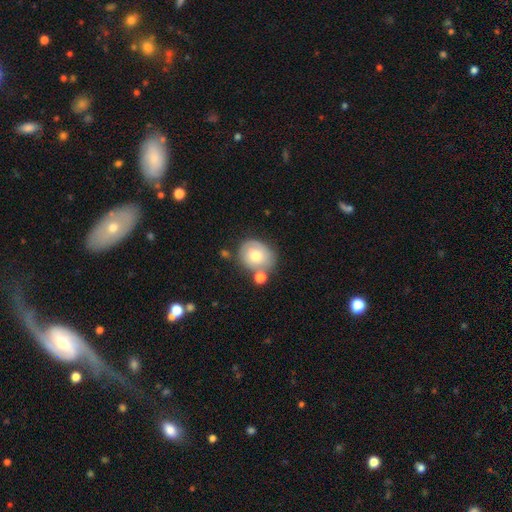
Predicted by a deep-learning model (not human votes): This appears to be a smooth galaxy with no disk features (56%) that is round (65%). Merging: none (56%).